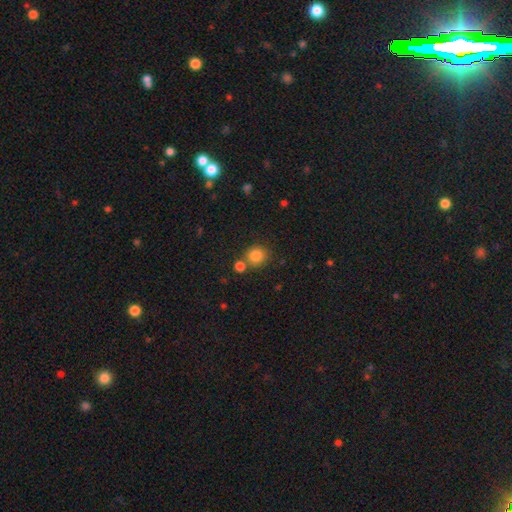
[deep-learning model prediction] The model was most divided on "merging": none: 70%, merger: 17%, minor disturbance: 10%, major disturbance: 3%. More confident: how rounded — round (84%); smooth or featured — smooth (83%).